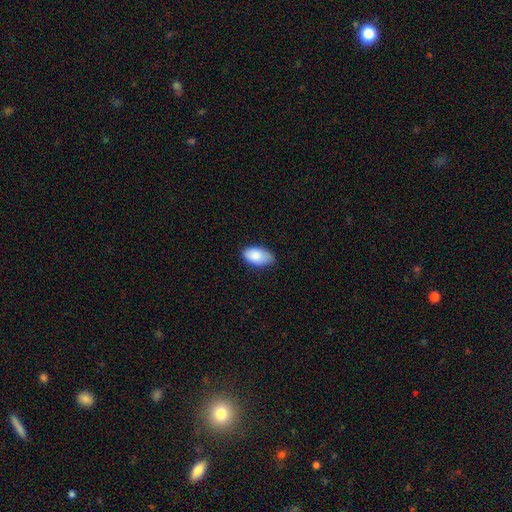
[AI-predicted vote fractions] Smooth or featured: smooth — 87% (featured or disk — 7%)
How rounded: in between — 95% (round — 4%)
Merging: none — 68% (minor disturbance — 28%)